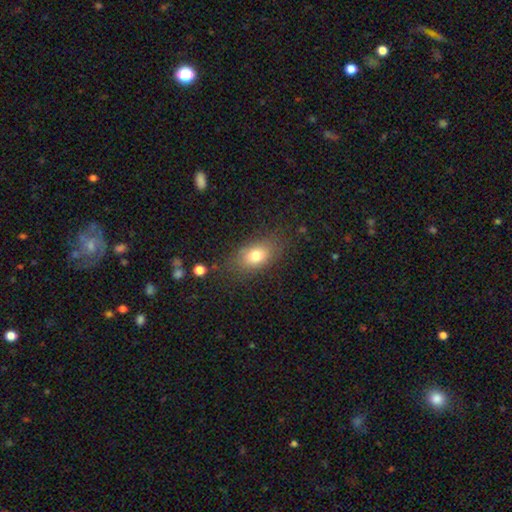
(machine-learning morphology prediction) type=smooth (76%); roundness=in between (80%); merging=none (76%).